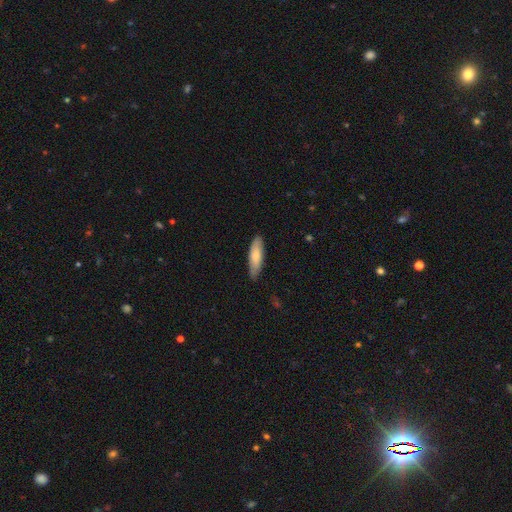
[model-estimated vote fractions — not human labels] Overall: smooth (73%). How rounded: cigar-shaped (54%; in between 45%). Merging: none (80%).